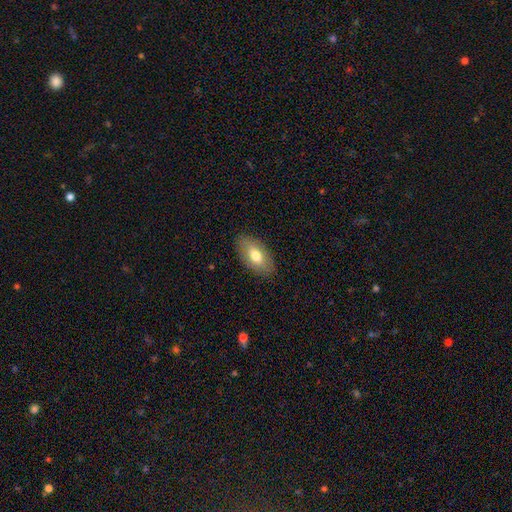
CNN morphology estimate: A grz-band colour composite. It shows a smooth galaxy with no disk features (72%) that is in between round and cigar-shaped (92%). Merging: none (86%).